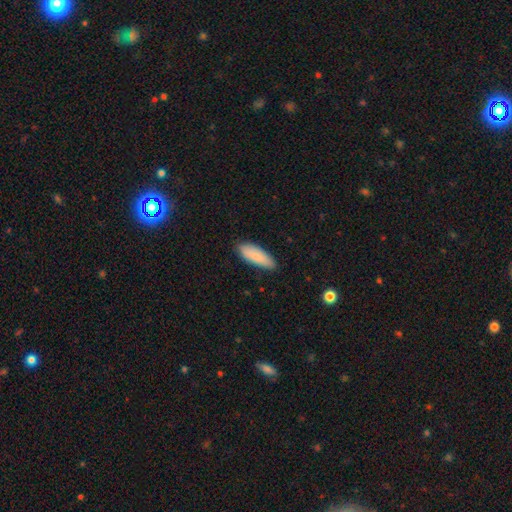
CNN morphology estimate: This is clearly a smooth galaxy (87%). How rounded: likely in between (62%). Merging: clearly none (85%).